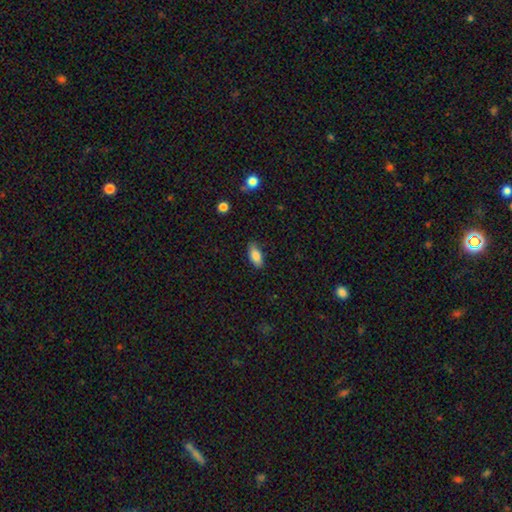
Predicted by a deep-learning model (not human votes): This is clearly a smooth galaxy (85%). How rounded: clearly in between (86%). Merging: clearly none (83%).